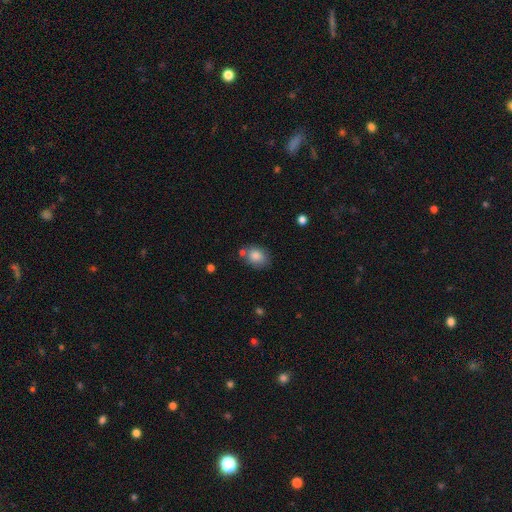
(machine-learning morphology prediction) Smooth or featured? Predicted: smooth (p=0.83). How rounded? Predicted: in between (p=0.60). Merging? Predicted: none (p=0.66).